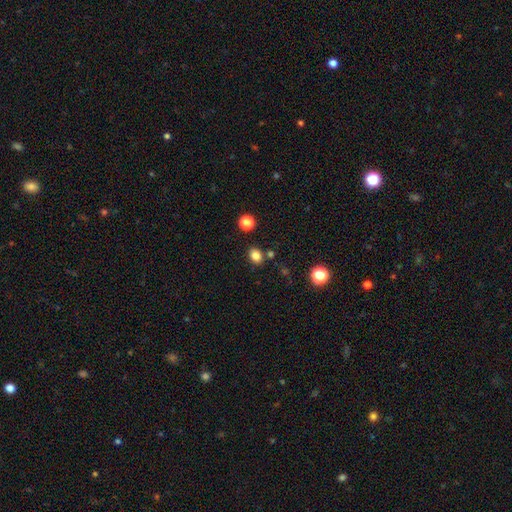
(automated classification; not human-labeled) This appears to be a smooth galaxy with no disk features (82%) that is round (51%). Merging: none (82%).